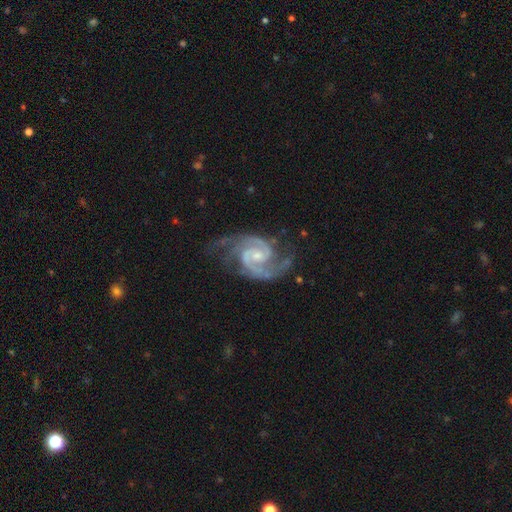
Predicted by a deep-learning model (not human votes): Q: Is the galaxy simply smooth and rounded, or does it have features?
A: featured or disk — 94%.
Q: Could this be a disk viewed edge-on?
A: no — 98%.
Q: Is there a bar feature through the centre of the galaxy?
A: no — 51%.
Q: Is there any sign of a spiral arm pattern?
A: yes — 99%.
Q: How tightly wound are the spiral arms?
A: medium — 58%.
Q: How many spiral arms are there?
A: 2 — 88%.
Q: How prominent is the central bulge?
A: small — 58%.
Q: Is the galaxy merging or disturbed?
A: none — 68%.